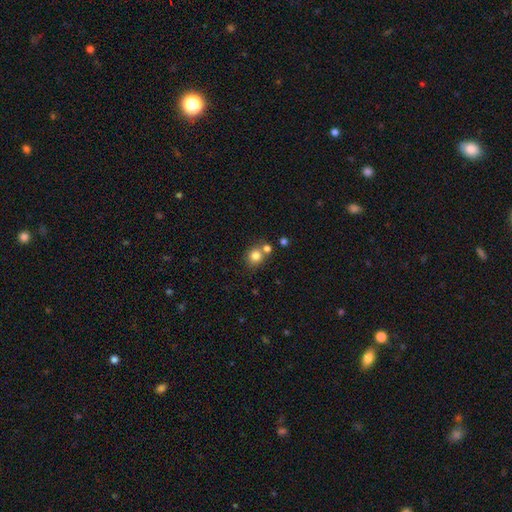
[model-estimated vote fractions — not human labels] Morphology: type=smooth (81%); roundness=round (83%); merging=none (62%).